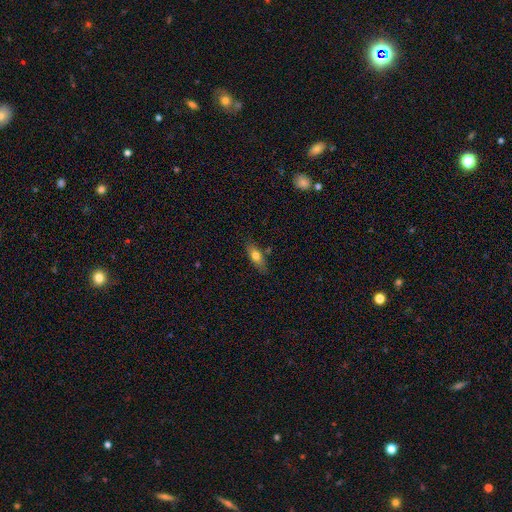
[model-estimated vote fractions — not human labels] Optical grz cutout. It shows a smooth galaxy with no disk features (69%) that is in between round and cigar-shaped (67%). Merging: none (76%).